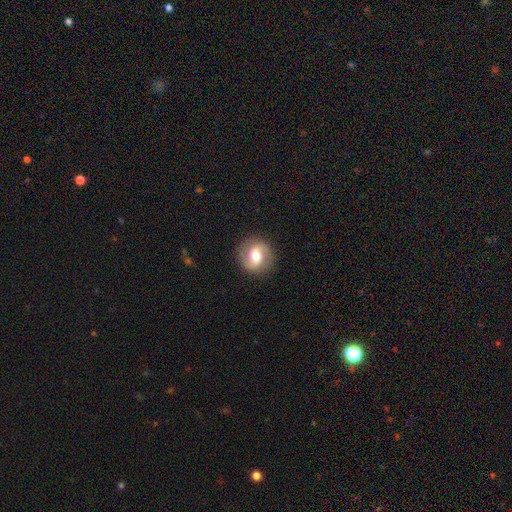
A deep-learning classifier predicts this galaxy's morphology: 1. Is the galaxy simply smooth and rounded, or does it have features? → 53% featured or disk, 40% smooth, 7% star or artifact.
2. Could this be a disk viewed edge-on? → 97% no, 3% yes.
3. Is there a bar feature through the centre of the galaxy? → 43% weak, 36% no, 21% strong.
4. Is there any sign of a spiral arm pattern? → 78% yes, 22% no.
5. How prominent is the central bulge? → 69% moderate, 17% large, 12% small, 2% dominant, 1% none.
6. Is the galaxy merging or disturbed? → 88% none, 8% minor disturbance, 3% major disturbance, 1% merger.